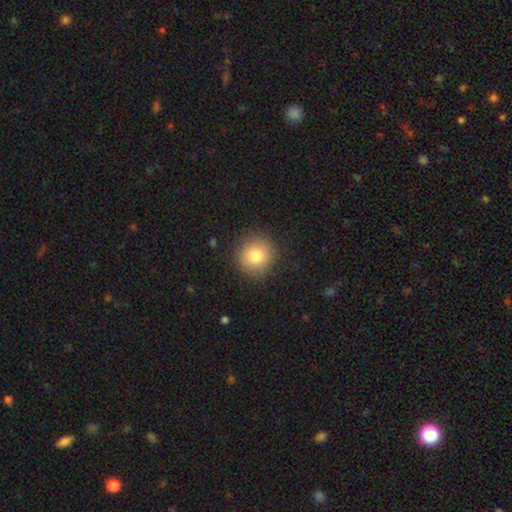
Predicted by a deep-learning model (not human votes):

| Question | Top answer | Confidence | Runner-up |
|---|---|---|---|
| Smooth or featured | smooth | 81% | star or artifact (10%) |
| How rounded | round | 93% | in between (6%) |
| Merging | none | 88% | minor disturbance (8%) |